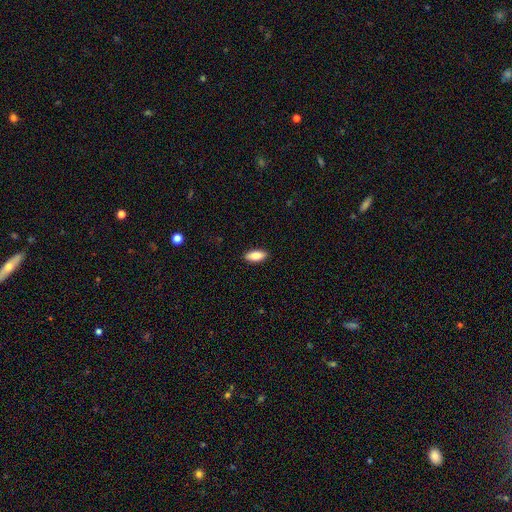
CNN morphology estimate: Smooth or featured? Predicted: smooth (p=0.85). How rounded? Predicted: in between (p=0.84). Merging? Predicted: none (p=0.90).